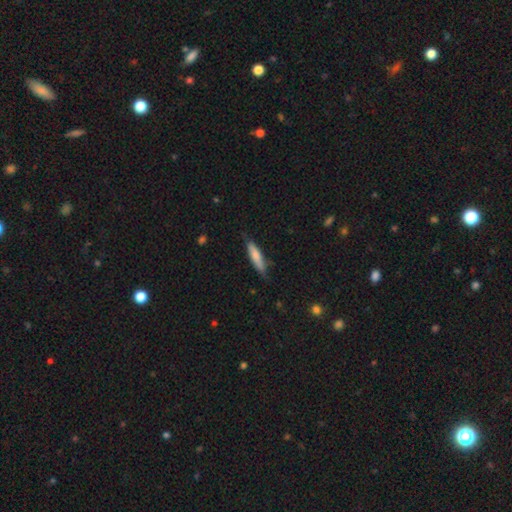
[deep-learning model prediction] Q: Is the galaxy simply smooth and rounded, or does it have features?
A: smooth — 73%.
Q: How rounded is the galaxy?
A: cigar-shaped — 78%.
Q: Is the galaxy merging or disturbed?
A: none — 72%.